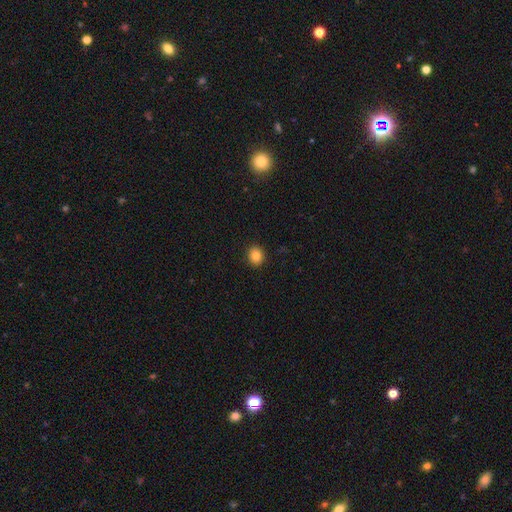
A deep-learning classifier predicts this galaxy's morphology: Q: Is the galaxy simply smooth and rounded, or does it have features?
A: smooth — 84%.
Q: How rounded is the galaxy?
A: round — 69%.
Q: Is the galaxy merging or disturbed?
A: none — 91%.